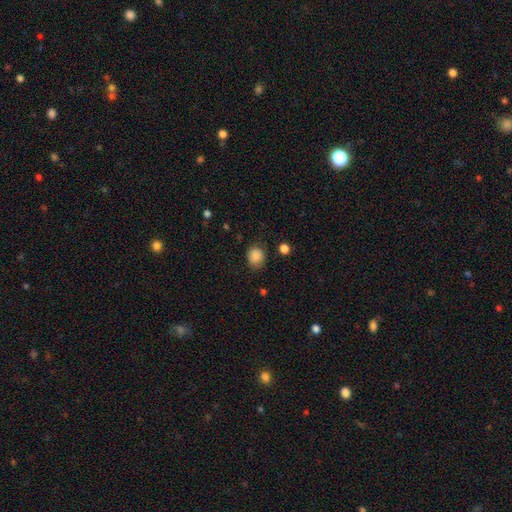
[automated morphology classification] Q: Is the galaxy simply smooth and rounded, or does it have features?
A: smooth — 87%.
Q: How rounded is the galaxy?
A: round — 73%.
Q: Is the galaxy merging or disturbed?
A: none — 80%.